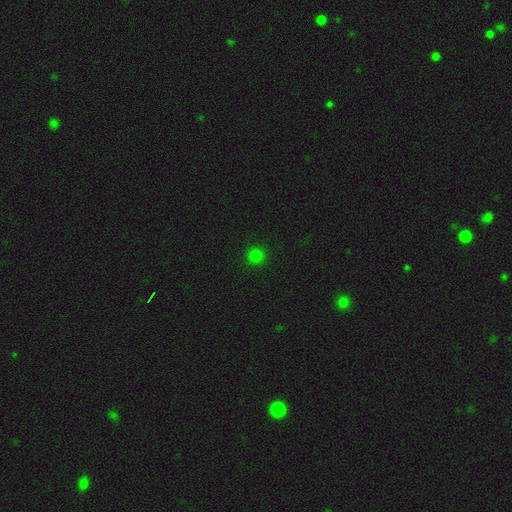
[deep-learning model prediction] smooth 78%, star or artifact 18%, featured or disk 3%. Down the decision tree: how rounded — round (95%); merging — none (93%).